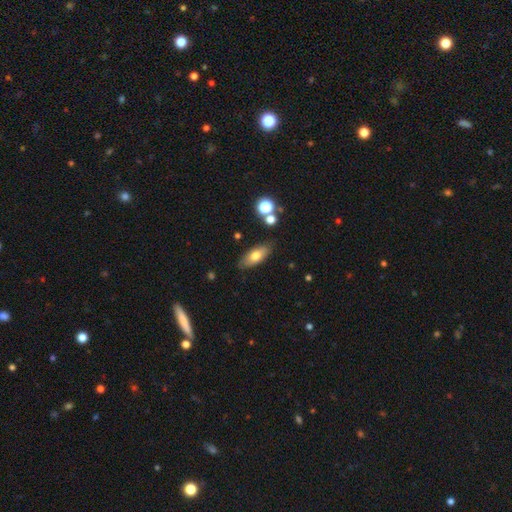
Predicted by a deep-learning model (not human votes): Morphology: type=smooth (70%); roundness=in between (76%); merging=none (82%).